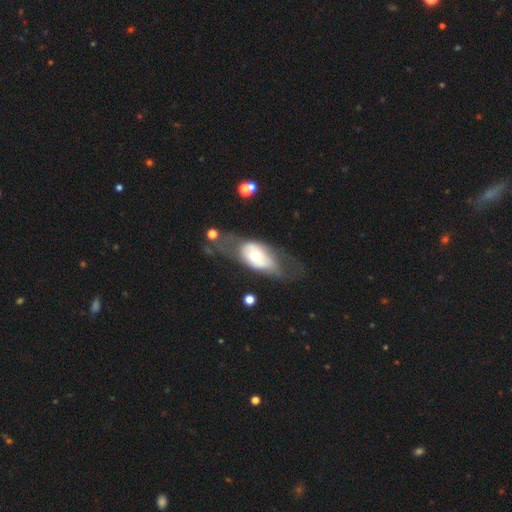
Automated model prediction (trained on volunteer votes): This appears to be a featured or disk galaxy (58%). Merging: none (46%).